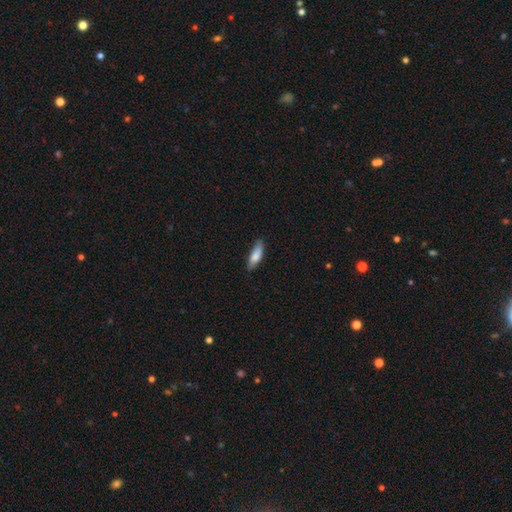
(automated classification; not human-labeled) Morphology: type=smooth (81%); roundness=in between (52%); merging=none (76%).